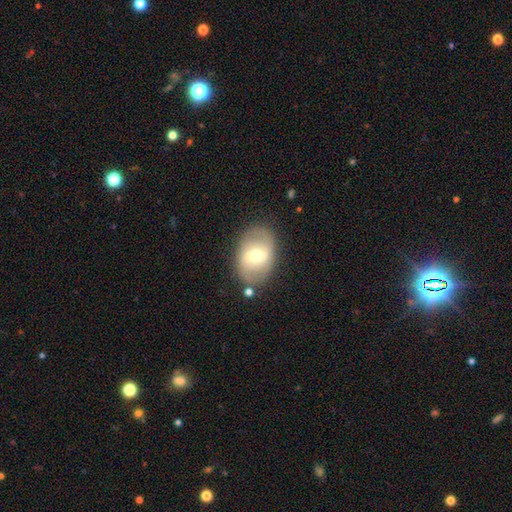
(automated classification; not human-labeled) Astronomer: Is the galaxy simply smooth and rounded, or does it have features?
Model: featured or disk — 56% (runner-up: smooth, 37%).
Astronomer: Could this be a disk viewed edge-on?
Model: no — 94%.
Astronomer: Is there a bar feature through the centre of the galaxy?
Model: weak — 48% (runner-up: strong, 29%).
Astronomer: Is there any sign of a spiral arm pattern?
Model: yes — 57% (runner-up: no, 43%).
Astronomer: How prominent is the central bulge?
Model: moderate — 62%.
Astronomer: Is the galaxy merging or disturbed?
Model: none — 78%.